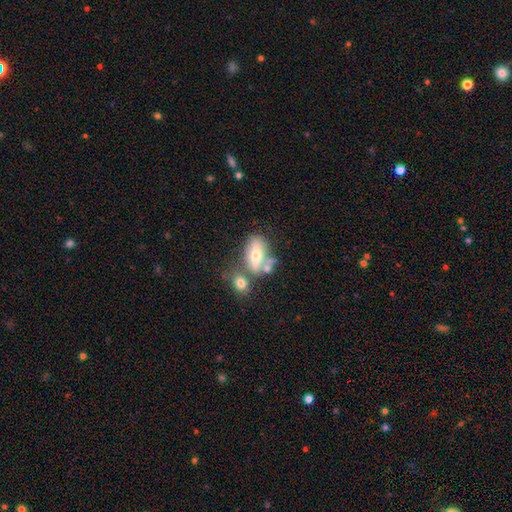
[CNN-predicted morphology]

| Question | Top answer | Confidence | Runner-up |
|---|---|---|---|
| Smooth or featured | smooth | 59% | featured or disk (32%) |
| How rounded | in between | 80% | cigar-shaped (12%) |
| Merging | none | 42% | merger (34%) |